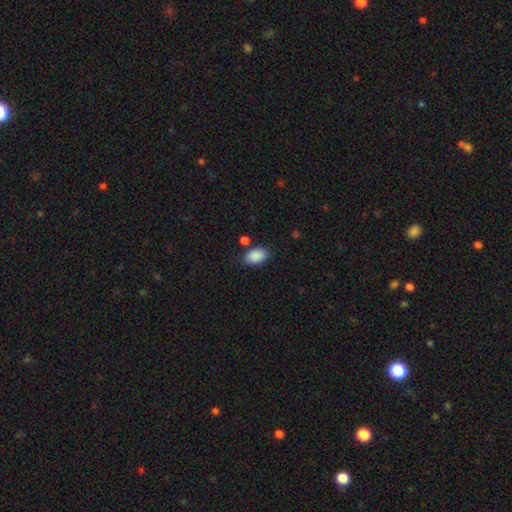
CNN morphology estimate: Smooth or featured? smooth (89%)
How rounded? in between (91%)
Merging? none (78%)